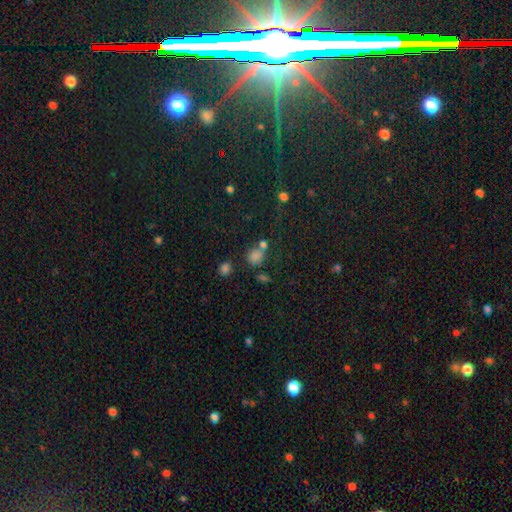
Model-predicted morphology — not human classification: This appears to be a smooth galaxy with no disk features (67%) that is round (71%). Merging: none (61%).